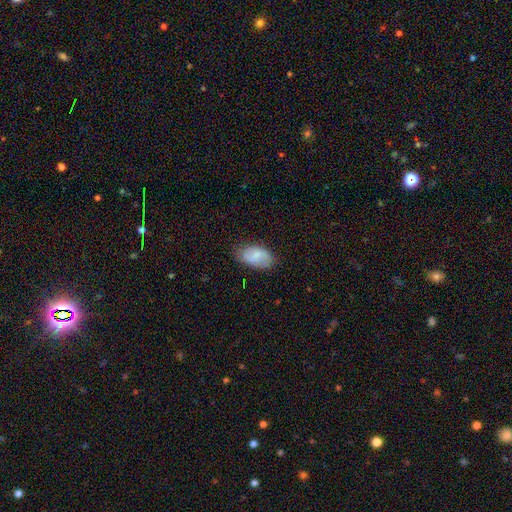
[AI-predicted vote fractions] The model was most divided on "smooth or featured": smooth: 62%, featured or disk: 31%, star or artifact: 7%. More confident: how rounded — in between (93%); merging — none (75%).